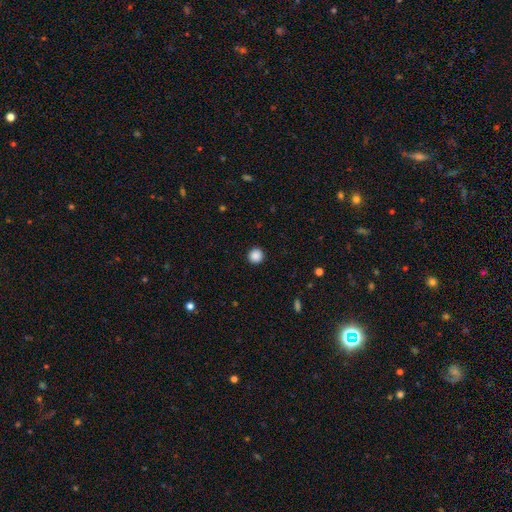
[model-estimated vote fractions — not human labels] Smooth or featured: smooth — 88% (star or artifact — 10%)
How rounded: round — 95% (in between — 4%)
Merging: none — 93% (minor disturbance — 4%)